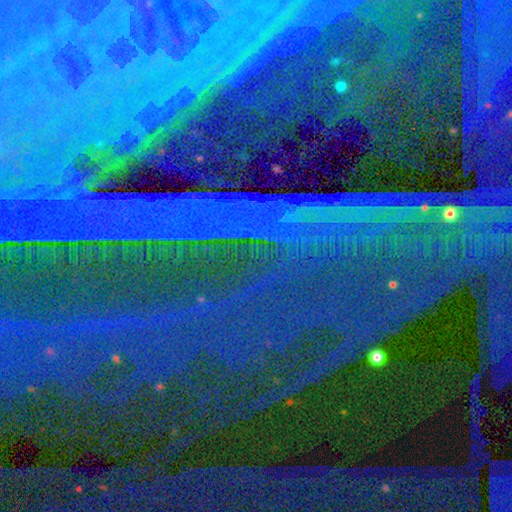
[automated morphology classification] The model was most divided on "smooth or featured": star or artifact: 87%, featured or disk: 7%, smooth: 6%.